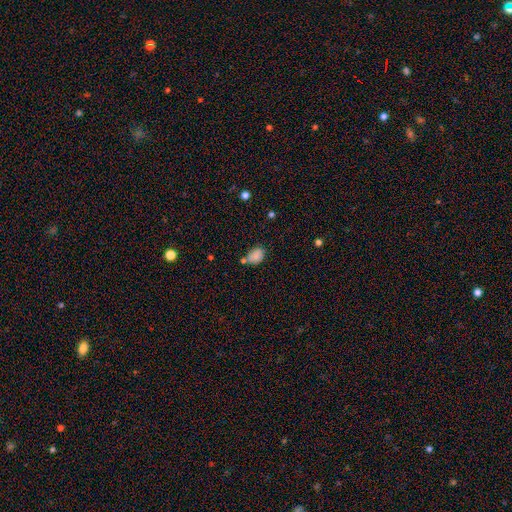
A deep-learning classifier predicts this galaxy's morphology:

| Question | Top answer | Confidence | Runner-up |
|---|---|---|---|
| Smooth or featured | smooth | 81% | star or artifact (10%) |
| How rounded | in between | 70% | round (29%) |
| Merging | none | 53% | minor disturbance (24%) |